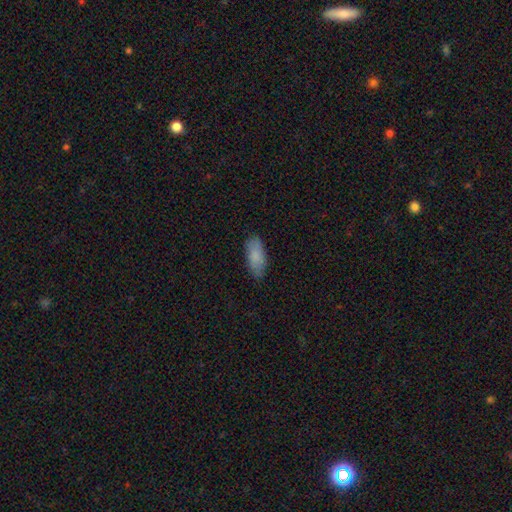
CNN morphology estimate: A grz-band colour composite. It shows a smooth galaxy with no disk features (85%) that is in between round and cigar-shaped (83%). Merging: none (81%).